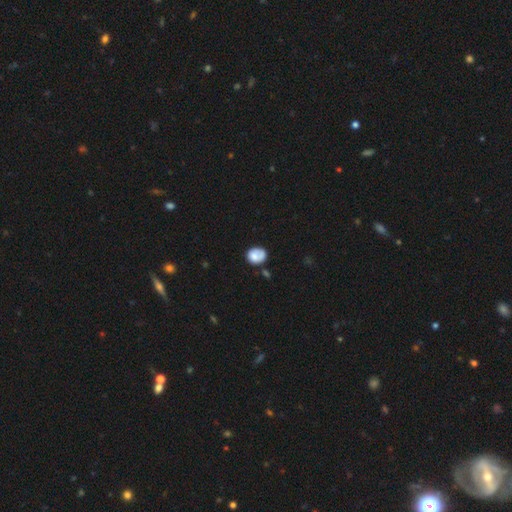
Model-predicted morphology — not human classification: type=smooth (75%); roundness=round (57%); merging=none (52%).